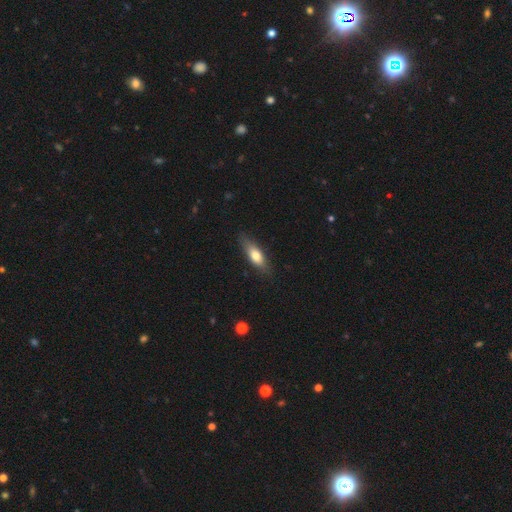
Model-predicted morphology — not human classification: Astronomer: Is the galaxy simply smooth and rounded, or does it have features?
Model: smooth — 70%.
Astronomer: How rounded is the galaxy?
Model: in between — 58% (runner-up: cigar-shaped, 39%).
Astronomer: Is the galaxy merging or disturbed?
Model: none — 80%.